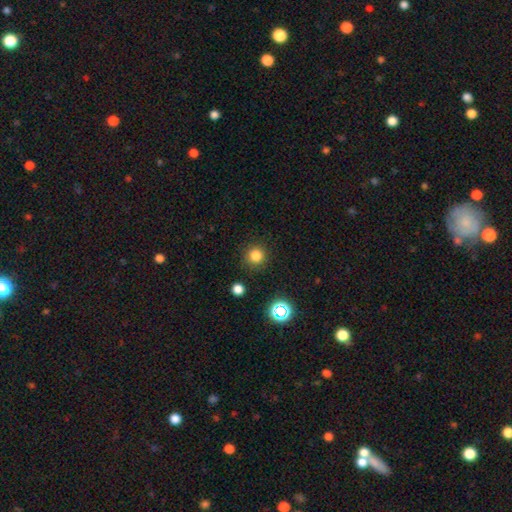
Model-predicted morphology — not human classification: Smooth or featured: smooth — 80% (star or artifact — 15%)
How rounded: round — 94% (in between — 5%)
Merging: none — 89% (minor disturbance — 7%)